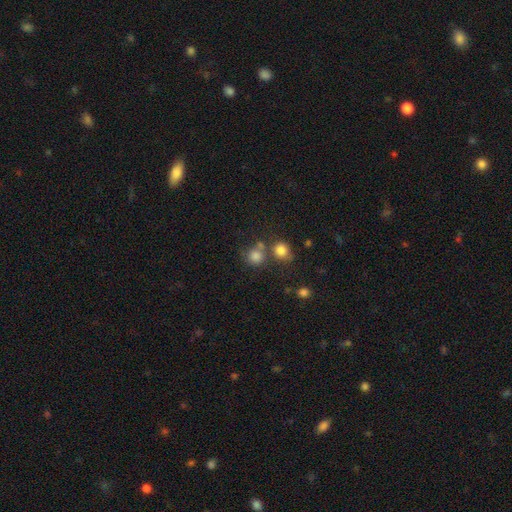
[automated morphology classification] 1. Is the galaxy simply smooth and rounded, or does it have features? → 80% smooth, 13% star or artifact, 7% featured or disk.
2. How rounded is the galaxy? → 87% round, 12% in between, 1% cigar-shaped.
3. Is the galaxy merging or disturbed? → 59% none, 26% merger, 11% minor disturbance, 5% major disturbance.